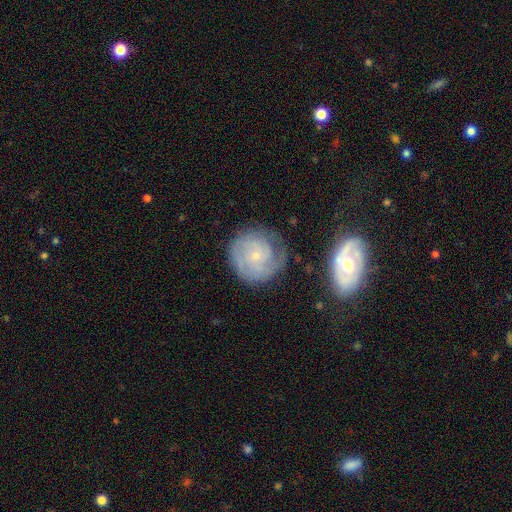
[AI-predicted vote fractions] Q: Smooth or featured?
A: featured or disk (75%); runner-up: smooth (18%)
Q: Edge-on disk?
A: no (97%); runner-up: yes (3%)
Q: Bar?
A: no (76%); runner-up: weak (21%)
Q: Spiral arms?
A: yes (92%); runner-up: no (8%)
Q: Spiral winding?
A: tight (69%); runner-up: medium (24%)
Q: Spiral arm count?
A: can't tell (33%); runner-up: 2 (28%)
Q: Bulge size?
A: small (83%); runner-up: moderate (13%)
Q: Merging?
A: none (67%); runner-up: minor disturbance (20%)